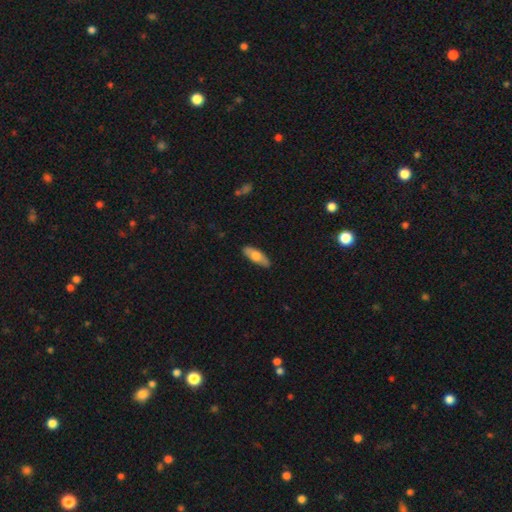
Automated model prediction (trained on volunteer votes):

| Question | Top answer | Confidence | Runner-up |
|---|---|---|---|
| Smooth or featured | smooth | 60% | featured or disk (35%) |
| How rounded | in between | 70% | cigar-shaped (28%) |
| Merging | none | 86% | minor disturbance (11%) |